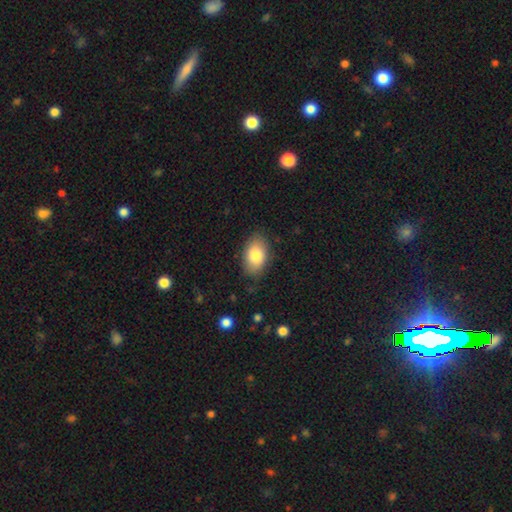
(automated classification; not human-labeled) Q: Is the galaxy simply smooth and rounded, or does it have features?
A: smooth — 82%.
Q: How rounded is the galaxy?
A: in between — 92%.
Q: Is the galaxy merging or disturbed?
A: none — 82%.